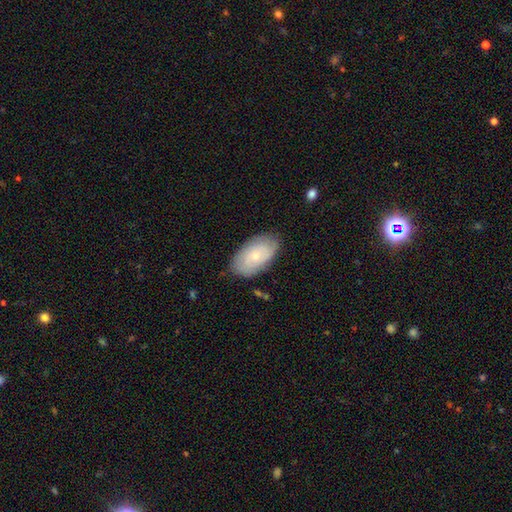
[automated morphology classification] type=smooth (53%); roundness=in between (93%); merging=none (77%).